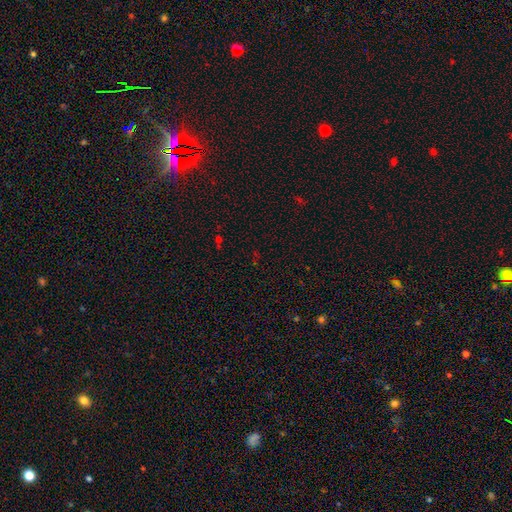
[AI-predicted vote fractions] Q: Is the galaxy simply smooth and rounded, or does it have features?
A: star or artifact — 66%.